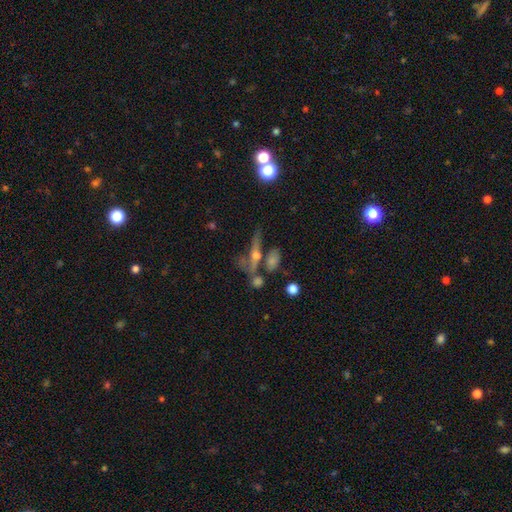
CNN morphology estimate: This appears to be a featured or disk galaxy (56%) viewed edge-on (71%). Merging: none (48%).